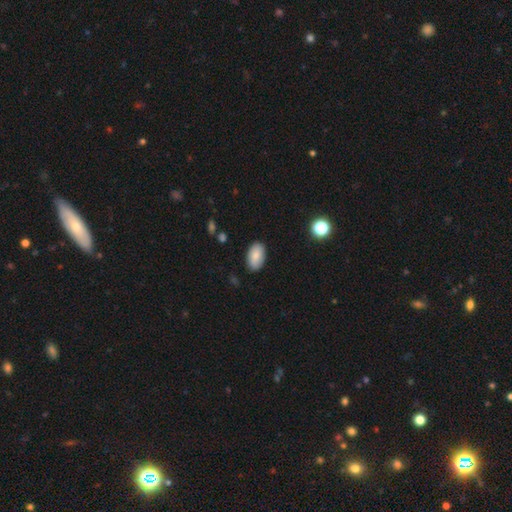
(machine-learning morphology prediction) type=smooth (85%); roundness=in between (94%); merging=none (87%).